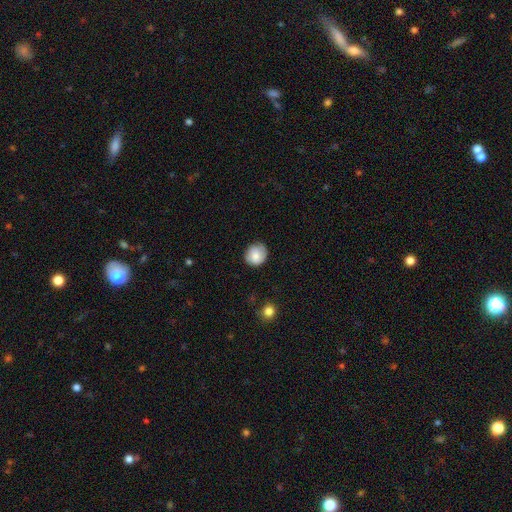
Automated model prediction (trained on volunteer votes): This is likely a smooth galaxy (79%). How rounded: clearly round (81%). Merging: likely none (77%).